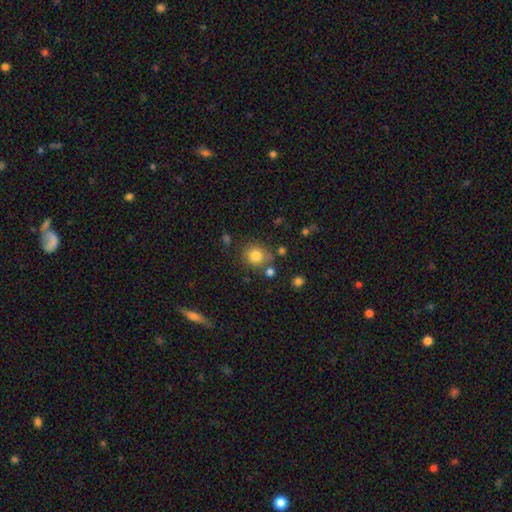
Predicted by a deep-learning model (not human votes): Smooth or featured? Predicted: smooth (p=0.81). How rounded? Predicted: round (p=0.84). Merging? Predicted: none (p=0.73).